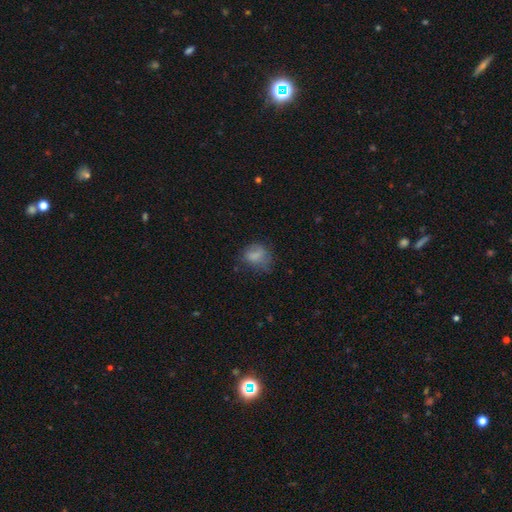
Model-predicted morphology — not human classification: Smooth or featured: smooth — 71% (featured or disk — 18%)
How rounded: in between — 56% (round — 43%)
Merging: none — 45% (minor disturbance — 30%)